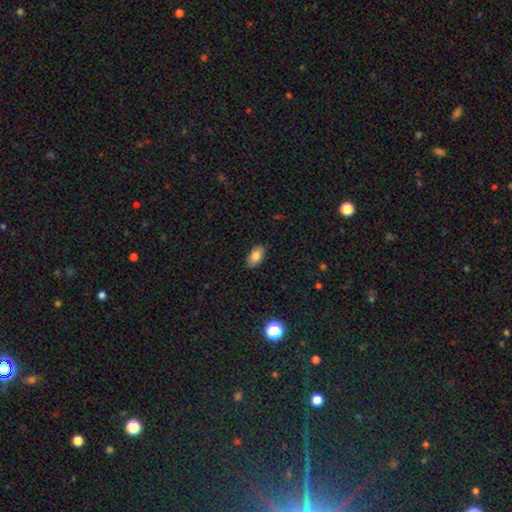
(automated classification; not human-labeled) A smooth galaxy with no disk features (82%) that is in between round and cigar-shaped (92%). Merging: none (86%).